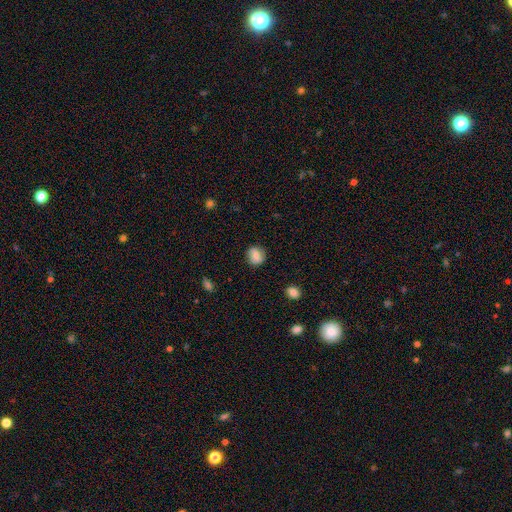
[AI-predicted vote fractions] A smooth galaxy with no disk features (73%) that is round (77%).

Vote fractions:
- Smooth or featured? smooth: 73% / featured or disk: 18% / star or artifact: 9%
- How rounded? round: 77% / in between: 22% / cigar-shaped: 1%
- Merging? none: 83% / minor disturbance: 13% / major disturbance: 3% / merger: 1%